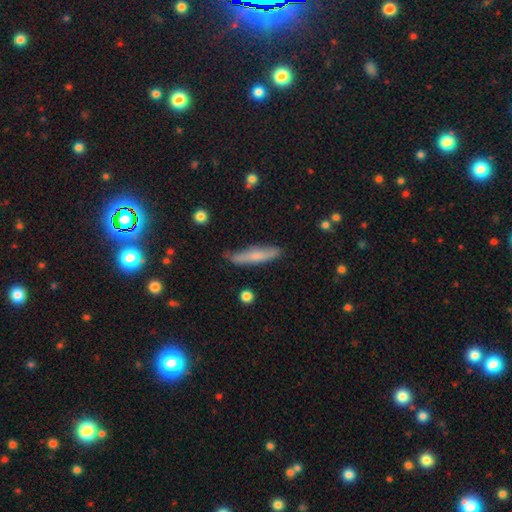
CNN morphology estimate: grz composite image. It shows a smooth galaxy with no disk features (67%) that is cigar-shaped (84%). Merging: none (72%).